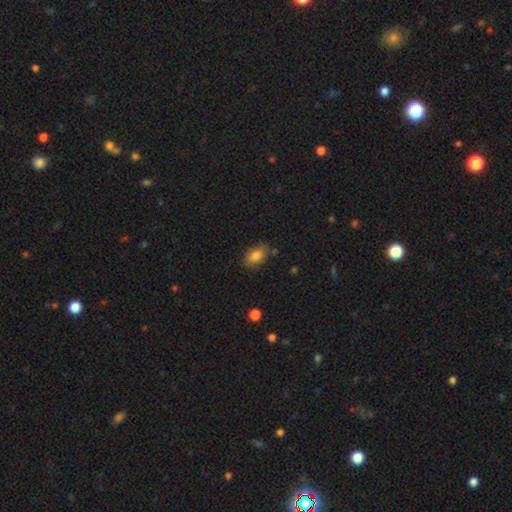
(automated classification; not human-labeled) A smooth galaxy with no disk features (81%) that is in between round and cigar-shaped (87%).

Vote fractions:
- Smooth or featured? smooth: 81% / featured or disk: 10% / star or artifact: 9%
- How rounded? in between: 87% / round: 11% / cigar-shaped: 2%
- Merging? none: 77% / minor disturbance: 17% / merger: 3% / major disturbance: 3%